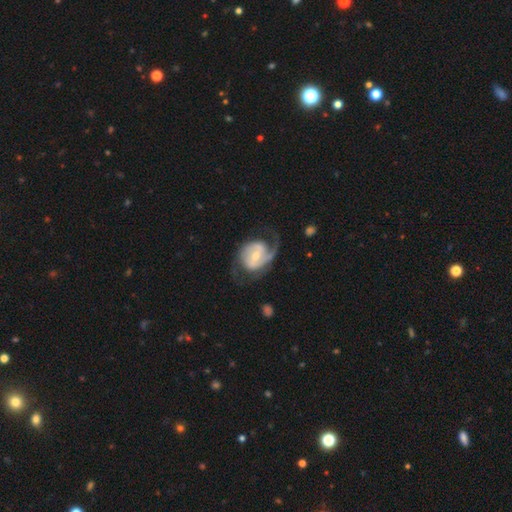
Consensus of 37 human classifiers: featured or disk 76%, smooth 16%, star or artifact 8%. Down the decision tree: edge-on disk — no (100%); bar — strong (46%); spiral arms — yes (93%); spiral arm count — 2 (50%); spiral winding — medium (46%); bulge size — moderate (50%); merging — none (50%).